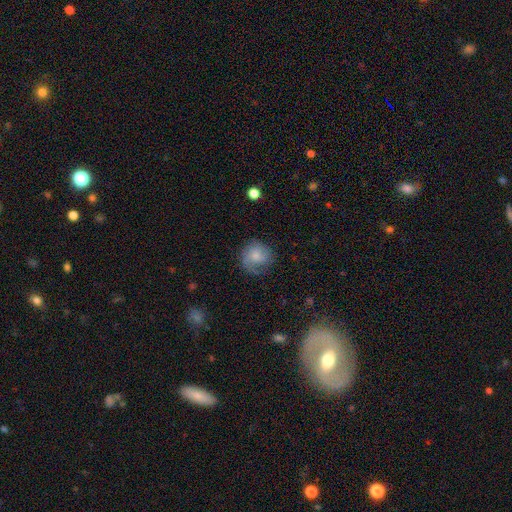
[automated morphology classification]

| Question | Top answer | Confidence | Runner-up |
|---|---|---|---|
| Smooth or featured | smooth | 64% | featured or disk (28%) |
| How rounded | round | 83% | in between (16%) |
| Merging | none | 61% | minor disturbance (24%) |